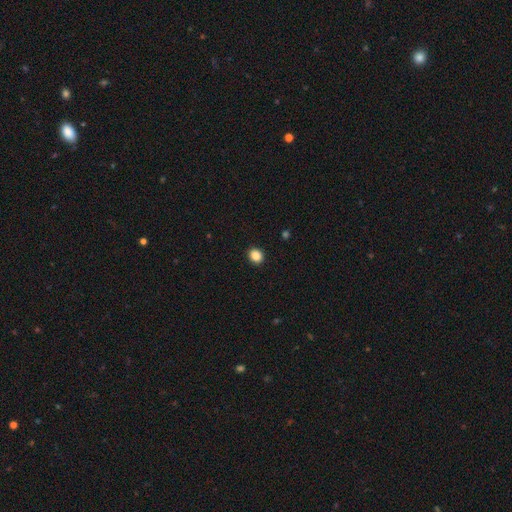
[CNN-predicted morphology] A smooth galaxy with no disk features (87%) that is round (70%).

Vote fractions:
- Smooth or featured? smooth: 87% / star or artifact: 10% / featured or disk: 3%
- How rounded? round: 70% / in between: 29% / cigar-shaped: 1%
- Merging? none: 92% / minor disturbance: 6% / major disturbance: 2% / merger: 1%